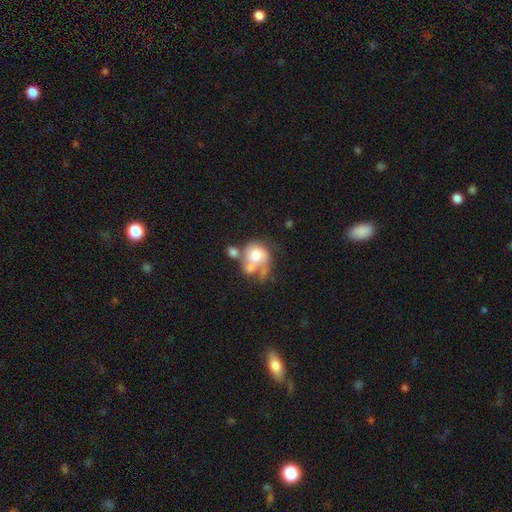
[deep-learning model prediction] Overall: smooth (52%; featured or disk 40%). How rounded: round (59%; in between 40%). Merging: merger (47%; major disturbance 23%).